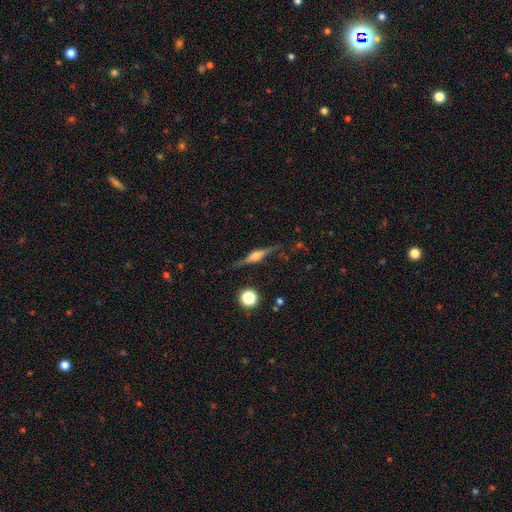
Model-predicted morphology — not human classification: Smooth or featured? Predicted: featured or disk (p=0.79). Edge-on disk? Predicted: yes (p=0.97). Edge-on bulge? Predicted: rounded (p=0.88). Merging? Predicted: none (p=0.84).